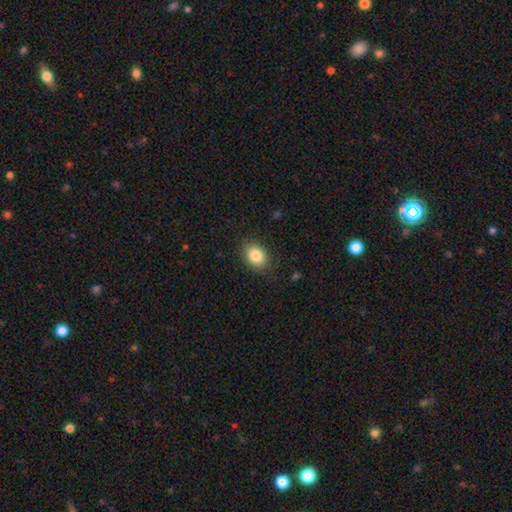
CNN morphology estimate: Q: Smooth or featured?
A: smooth (85%); runner-up: star or artifact (9%)
Q: How rounded?
A: in between (67%); runner-up: round (32%)
Q: Merging?
A: none (85%); runner-up: minor disturbance (11%)